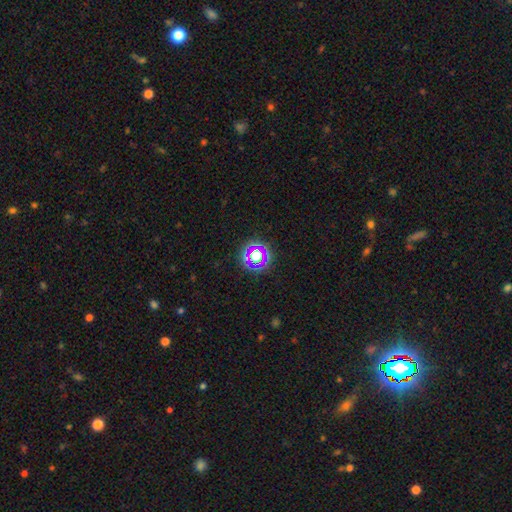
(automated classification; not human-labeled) smooth_or_featured: star or artifact (p=0.56) [alt: smooth p=0.30]